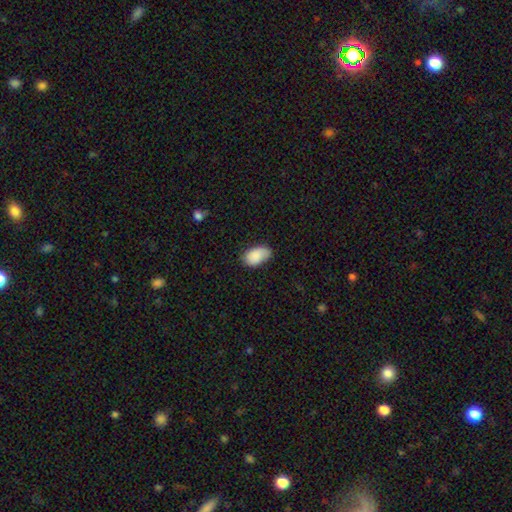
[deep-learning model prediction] This is clearly a smooth galaxy (85%). How rounded: clearly in between (93%). Merging: likely none (62%).